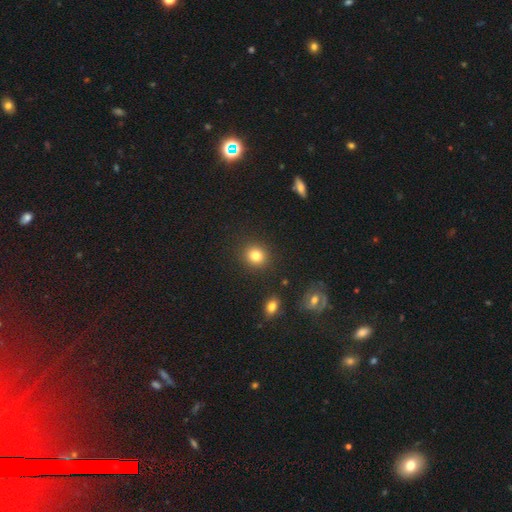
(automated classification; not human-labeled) Smooth or featured?
  - smooth: 82% *
  - star or artifact: 11%
  - featured or disk: 6%
How rounded?
  - round: 82% *
  - in between: 17%
  - cigar-shaped: 1%
Merging?
  - none: 89% *
  - minor disturbance: 7%
  - major disturbance: 2%
  - merger: 2%